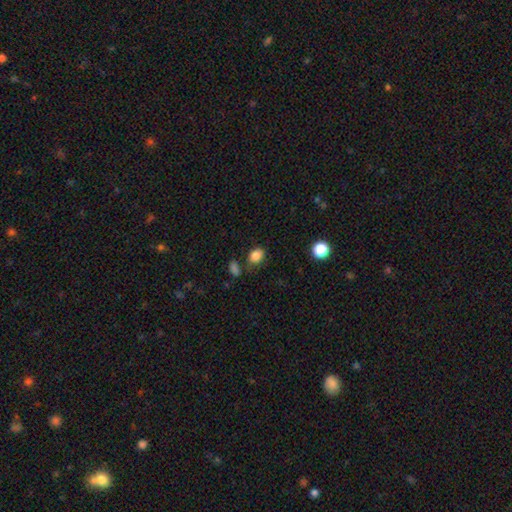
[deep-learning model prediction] smooth_or_featured: smooth (p=0.84) [alt: star or artifact p=0.10]
how_rounded: in between (p=0.70) [alt: round p=0.29]
merging: none (p=0.71) [alt: minor disturbance p=0.16]